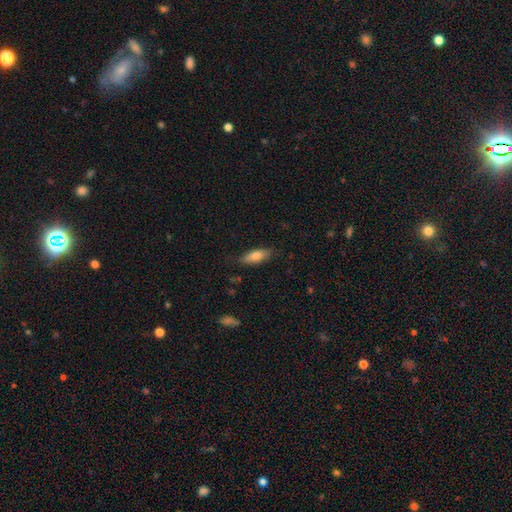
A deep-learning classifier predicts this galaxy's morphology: type=smooth (74%); roundness=in between (61%); merging=none (82%).